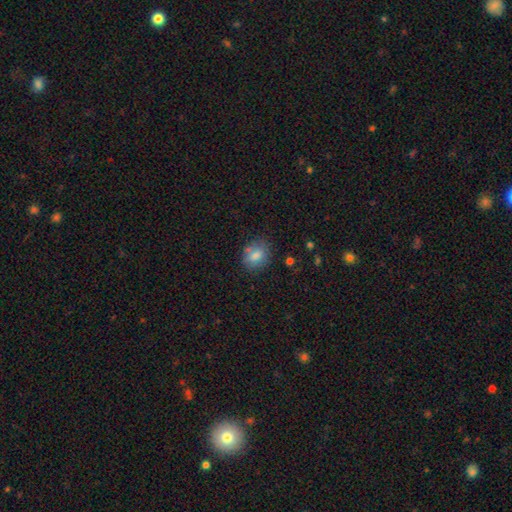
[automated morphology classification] A smooth galaxy with no disk features (79%) that is in between round and cigar-shaped (53%).

Vote fractions:
- Smooth or featured? smooth: 79% / featured or disk: 12% / star or artifact: 9%
- How rounded? in between: 53% / round: 46% / cigar-shaped: 1%
- Merging? none: 71% / minor disturbance: 18% / merger: 6% / major disturbance: 5%